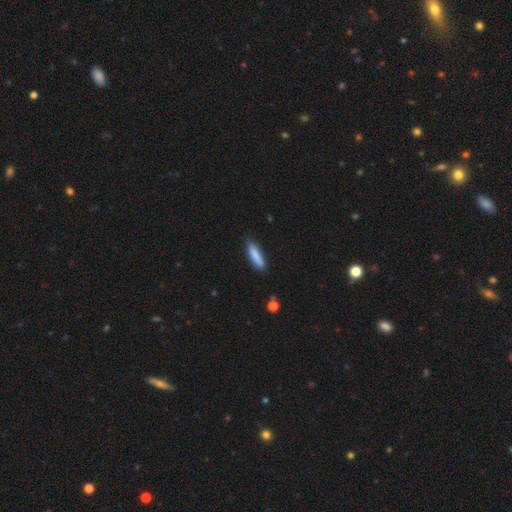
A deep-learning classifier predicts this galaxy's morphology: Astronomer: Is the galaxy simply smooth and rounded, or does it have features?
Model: smooth — 84%.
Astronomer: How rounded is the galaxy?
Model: cigar-shaped — 71%.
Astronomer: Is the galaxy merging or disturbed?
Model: none — 80%.